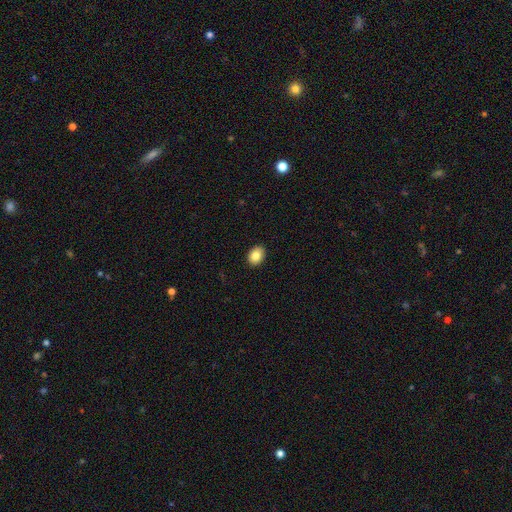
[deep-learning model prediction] A smooth galaxy with no disk features (85%) that is in between round and cigar-shaped (71%).

Vote fractions:
- Smooth or featured? smooth: 85% / star or artifact: 8% / featured or disk: 7%
- How rounded? in between: 71% / round: 28% / cigar-shaped: 1%
- Merging? none: 90% / minor disturbance: 7% / major disturbance: 2% / merger: 1%